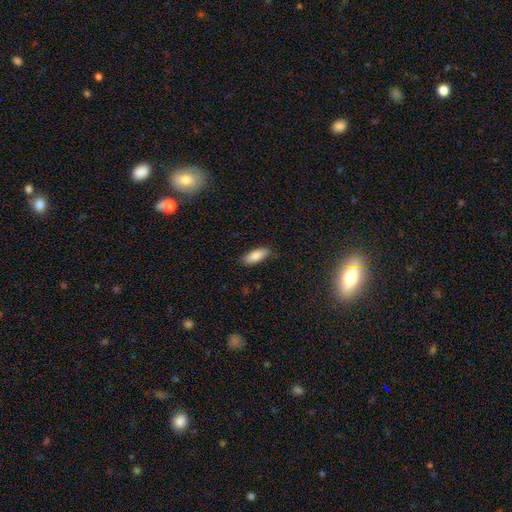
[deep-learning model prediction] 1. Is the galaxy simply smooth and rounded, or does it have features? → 86% smooth, 8% featured or disk, 6% star or artifact.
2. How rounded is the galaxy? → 74% in between, 25% cigar-shaped, 2% round.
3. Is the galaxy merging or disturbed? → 83% none, 13% minor disturbance, 3% major disturbance, 1% merger.